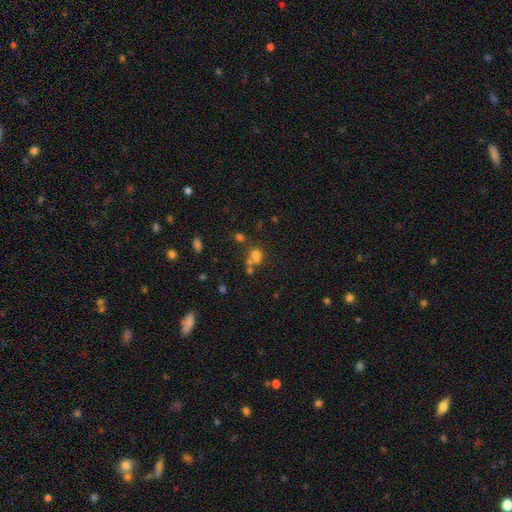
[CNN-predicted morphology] smooth-or-featured: smooth: 66% | star or artifact: 20% | featured or disk: 14%
  how-rounded: round: 67% | in between: 31% | cigar-shaped: 1%
  merging: none: 42% | merger: 41% | minor disturbance: 11% | major disturbance: 6%